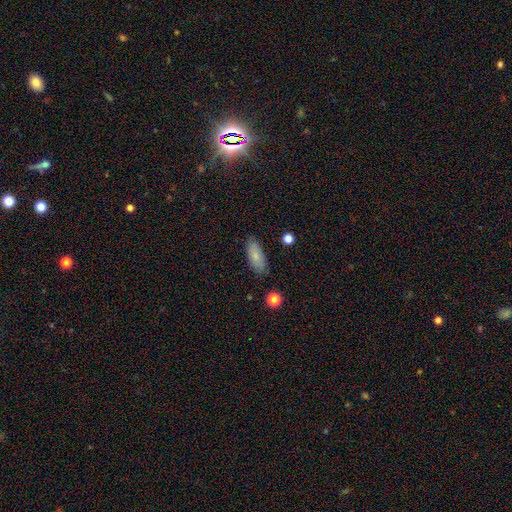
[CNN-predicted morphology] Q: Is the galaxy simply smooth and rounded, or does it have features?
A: smooth — 80%.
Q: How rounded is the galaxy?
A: in between — 83%.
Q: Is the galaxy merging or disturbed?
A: none — 84%.